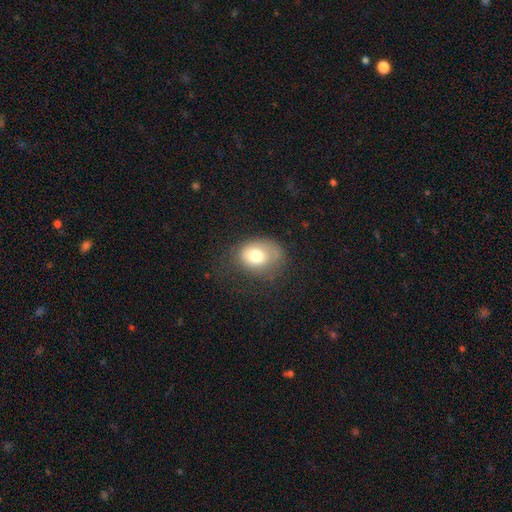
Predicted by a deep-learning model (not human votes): Smooth or featured: smooth — 73% (featured or disk — 18%)
How rounded: in between — 58% (round — 41%)
Merging: none — 49% (minor disturbance — 28%)